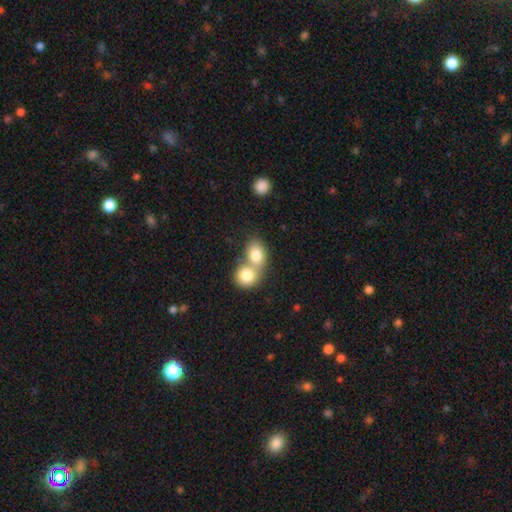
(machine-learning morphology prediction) smooth-or-featured: smooth: 79% | featured or disk: 13% | star or artifact: 8%
  how-rounded: round: 50% | in between: 49% | cigar-shaped: 1%
  merging: merger: 68% | none: 24% | minor disturbance: 5% | major disturbance: 2%